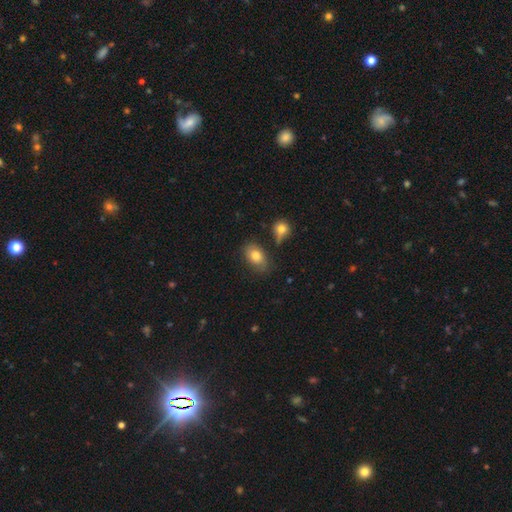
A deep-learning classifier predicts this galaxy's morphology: This is likely a smooth galaxy (77%). How rounded: clearly in between (84%). Merging: likely none (66%).